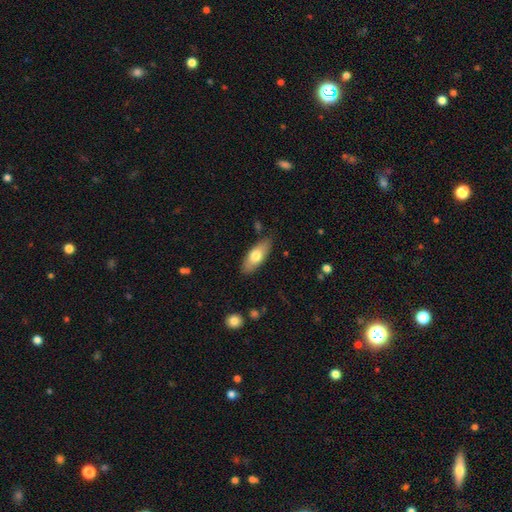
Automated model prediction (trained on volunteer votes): Smooth or featured? smooth (70%)
How rounded? in between (77%)
Merging? none (84%)